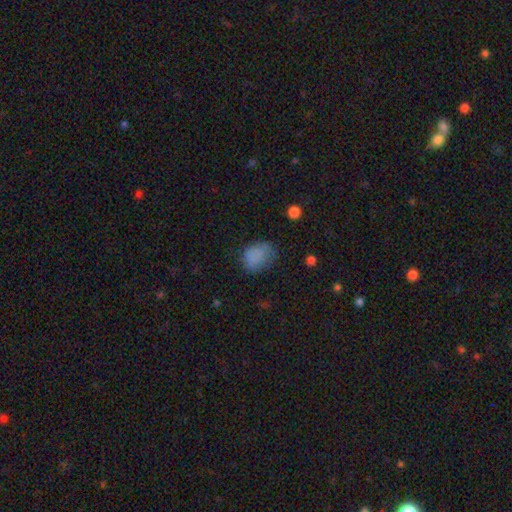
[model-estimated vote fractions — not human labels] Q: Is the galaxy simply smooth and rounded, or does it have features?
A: smooth — 81%.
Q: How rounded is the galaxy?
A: in between — 68%.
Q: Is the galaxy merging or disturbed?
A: none — 60%.